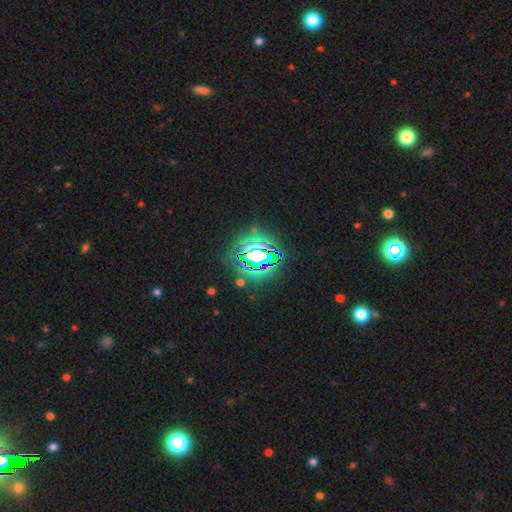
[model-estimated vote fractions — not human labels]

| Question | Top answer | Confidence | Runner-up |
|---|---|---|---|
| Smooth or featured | star or artifact | 81% | smooth (10%) |